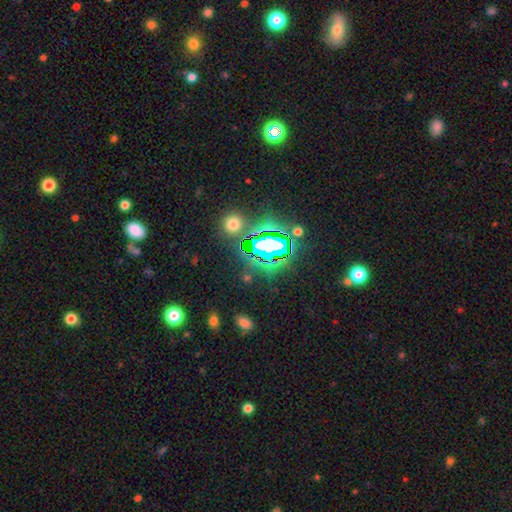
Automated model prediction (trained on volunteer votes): Smooth or featured?
  - star or artifact: 79% *
  - smooth: 13%
  - featured or disk: 9%